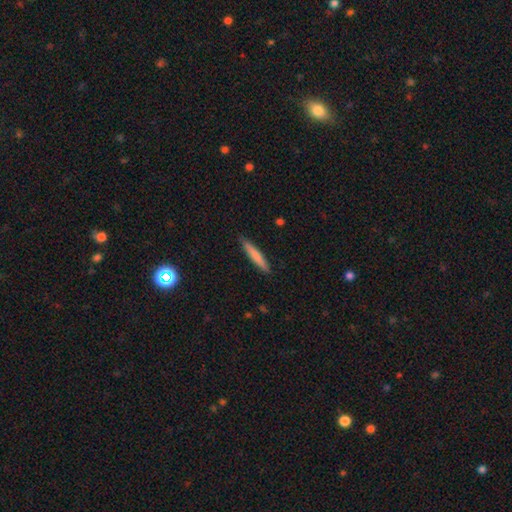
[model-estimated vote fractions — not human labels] Smooth or featured: smooth — 75% (featured or disk — 20%)
How rounded: cigar-shaped — 94% (in between — 5%)
Merging: none — 90% (minor disturbance — 8%)